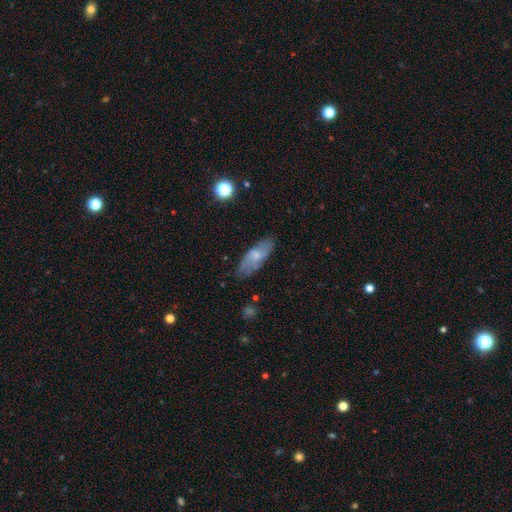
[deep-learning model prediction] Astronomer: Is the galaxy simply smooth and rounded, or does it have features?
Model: smooth — 58% (runner-up: featured or disk, 35%).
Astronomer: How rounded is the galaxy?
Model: in between — 74%.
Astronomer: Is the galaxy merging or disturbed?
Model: none — 73%.